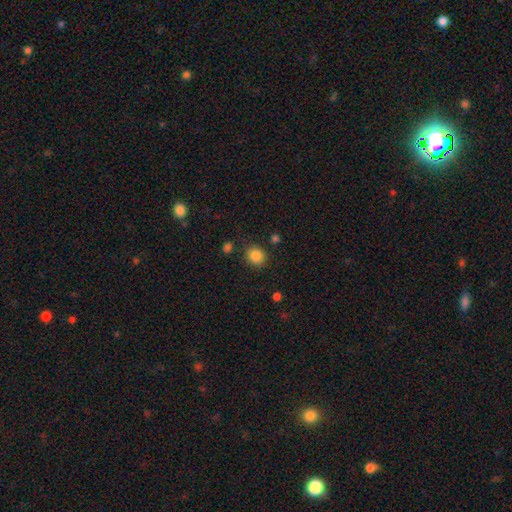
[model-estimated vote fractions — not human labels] smooth_or_featured: smooth (p=0.85) [alt: star or artifact p=0.10]
how_rounded: round (p=0.77) [alt: in between p=0.22]
merging: none (p=0.84) [alt: minor disturbance p=0.10]